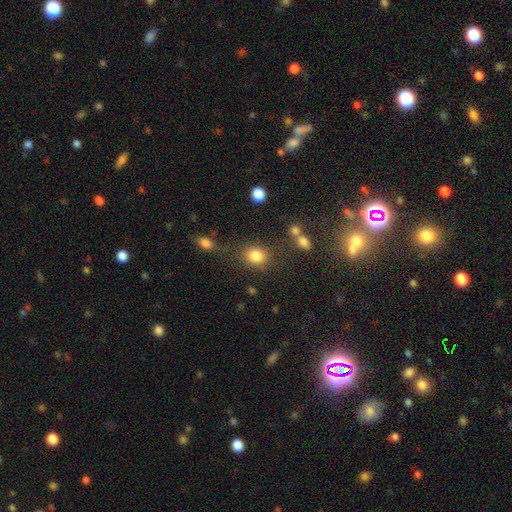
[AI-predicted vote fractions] Smooth or featured: smooth — 83% (star or artifact — 11%)
How rounded: round — 64% (in between — 35%)
Merging: none — 74% (minor disturbance — 13%)